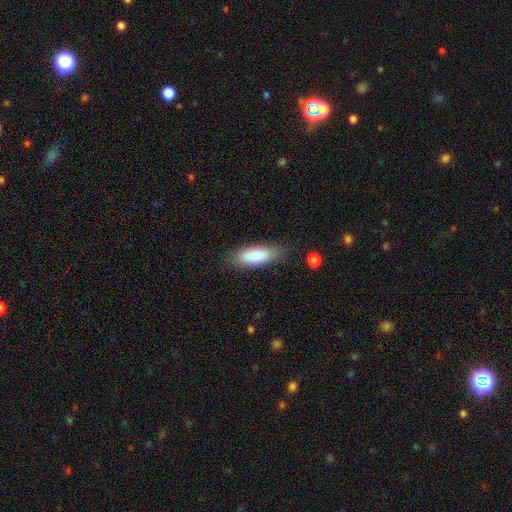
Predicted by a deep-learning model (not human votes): This is clearly a smooth galaxy (82%). How rounded: likely in between (72%). Merging: likely none (79%).